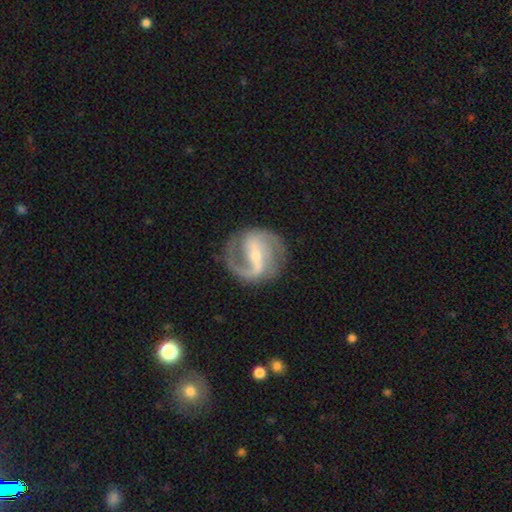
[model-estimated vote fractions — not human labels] Smooth or featured? Predicted: featured or disk (p=0.90). Edge-on disk? Predicted: no (p=0.97). Bar? Predicted: strong (p=0.57). Spiral arms? Predicted: yes (p=0.97). Spiral winding? Predicted: medium (p=0.53). Spiral arm count? Predicted: 2 (p=0.85). Bulge size? Predicted: small (p=0.62). Merging? Predicted: none (p=0.80).